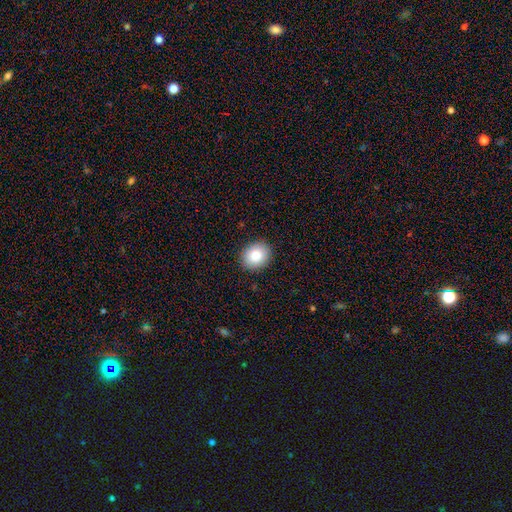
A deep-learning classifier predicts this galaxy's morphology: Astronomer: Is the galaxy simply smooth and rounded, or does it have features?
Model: smooth — 86%.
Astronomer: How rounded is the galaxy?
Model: round — 56% (runner-up: in between, 43%).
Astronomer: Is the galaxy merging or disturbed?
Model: none — 90%.